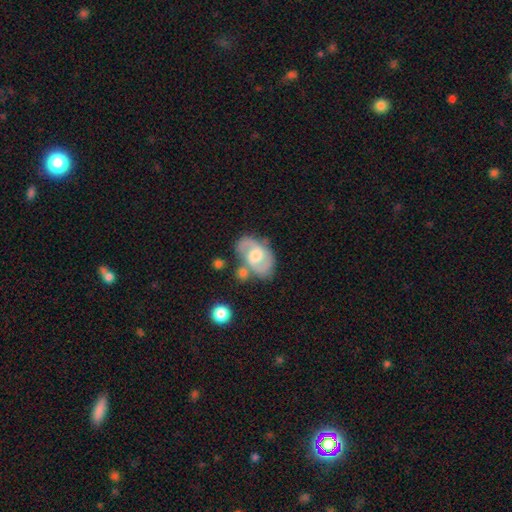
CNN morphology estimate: smooth_or_featured: featured or disk (p=0.79) [alt: smooth p=0.16]
disk_edge_on: no (p=0.97) [alt: yes p=0.03]
bar: no (p=0.46) [alt: weak p=0.43]
has_spiral_arms: yes (p=0.91) [alt: no p=0.09]
spiral_winding: medium (p=0.55) [alt: tight p=0.25]
spiral_arm_count: 2 (p=0.88) [alt: can't tell p=0.06]
bulge_size: moderate (p=0.64) [alt: small p=0.17]
merging: none (p=0.62) [alt: minor disturbance p=0.18]